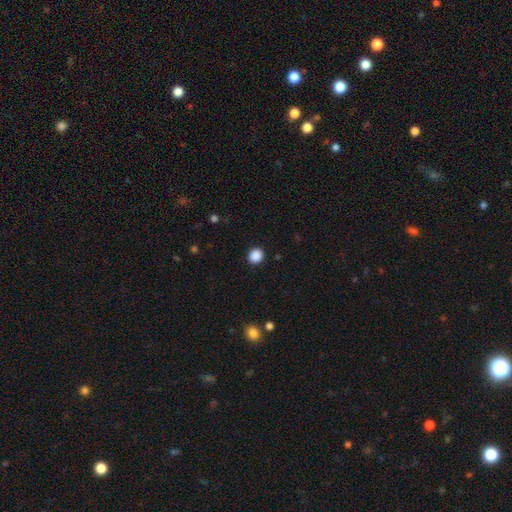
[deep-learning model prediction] smooth 88%, star or artifact 9%, featured or disk 2%. Down the decision tree: how rounded — round (88%); merging — none (92%).